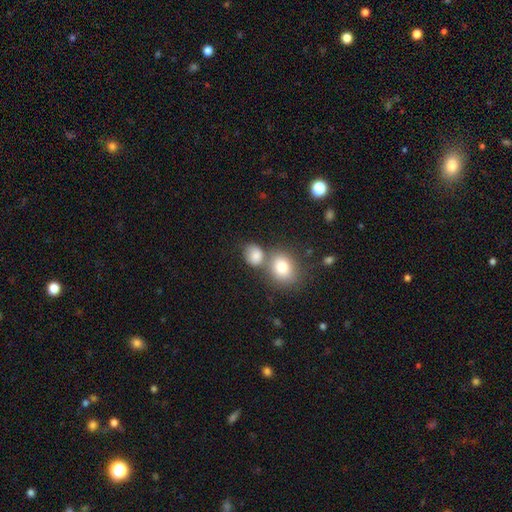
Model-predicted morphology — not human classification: smooth-or-featured: smooth: 82% | star or artifact: 10% | featured or disk: 8%
  how-rounded: round: 56% | in between: 43% | cigar-shaped: 1%
  merging: none: 47% | merger: 34% | minor disturbance: 13% | major disturbance: 6%